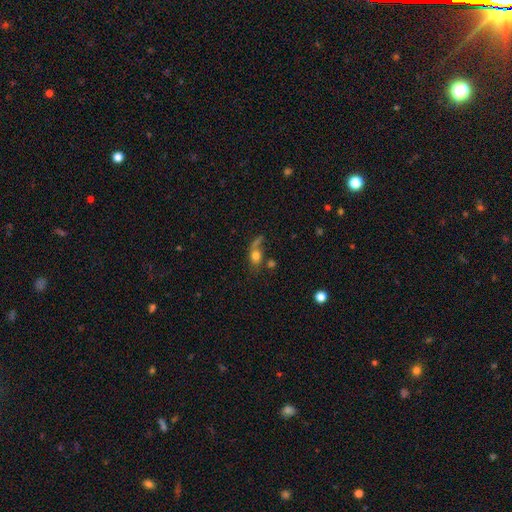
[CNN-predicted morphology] Q: Smooth or featured?
A: smooth (66%); runner-up: featured or disk (21%)
Q: How rounded?
A: in between (54%); runner-up: round (39%)
Q: Merging?
A: none (35%); runner-up: major disturbance (27%)